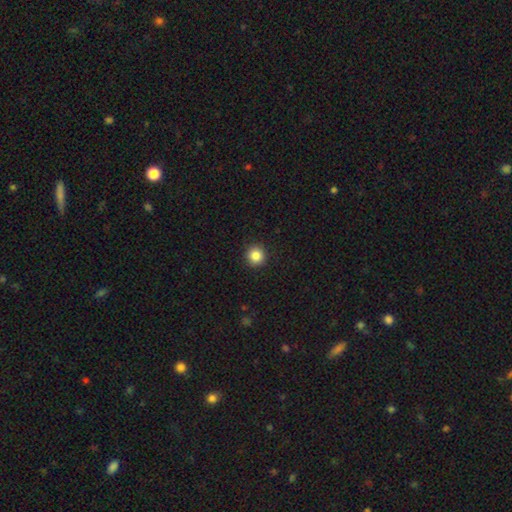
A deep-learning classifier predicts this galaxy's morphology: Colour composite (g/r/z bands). It shows a smooth galaxy with no disk features (85%) that is round (94%). Merging: none (92%).